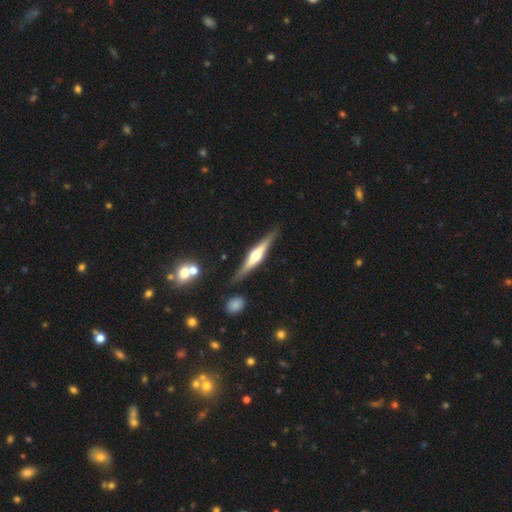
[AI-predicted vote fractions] This is likely a featured or disk galaxy (73%). It is clearly viewed edge-on (97%). Edge-on bulge: clearly rounded (91%). Merging: clearly none (86%).